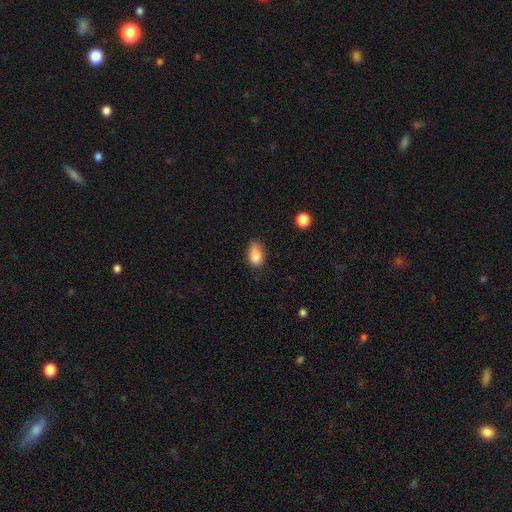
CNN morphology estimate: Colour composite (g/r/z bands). It shows a smooth galaxy with no disk features (84%) that is in between round and cigar-shaped (85%). Merging: none (52%).